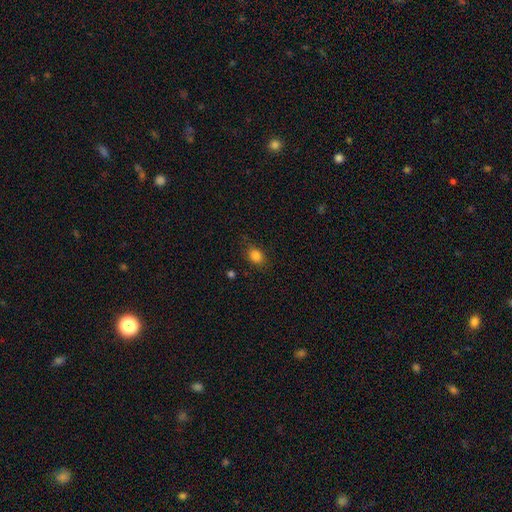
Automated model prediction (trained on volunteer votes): Morphology: type=smooth (83%); roundness=in between (64%); merging=none (81%).